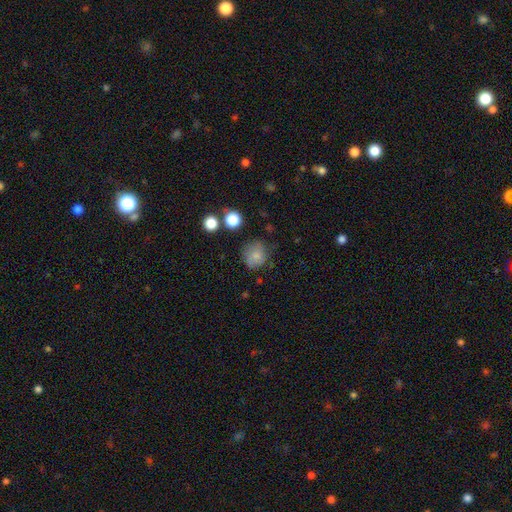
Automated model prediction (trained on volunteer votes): Smooth or featured?
  - smooth: 78% *
  - featured or disk: 11%
  - star or artifact: 11%
How rounded?
  - round: 80% *
  - in between: 19%
  - cigar-shaped: 1%
Merging?
  - none: 66% *
  - minor disturbance: 23%
  - major disturbance: 8%
  - merger: 3%